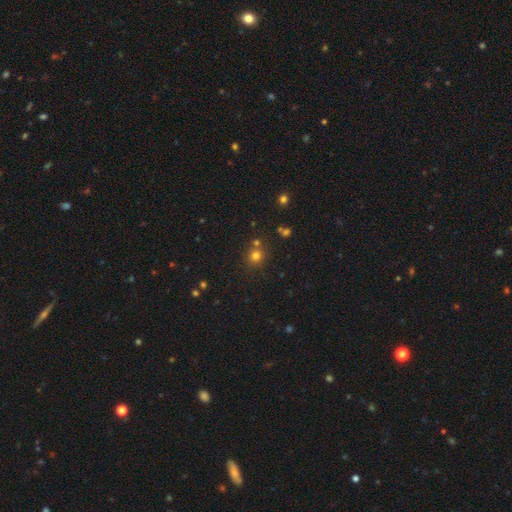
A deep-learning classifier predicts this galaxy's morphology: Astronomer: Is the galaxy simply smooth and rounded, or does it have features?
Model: smooth — 74%.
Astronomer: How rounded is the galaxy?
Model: round — 89%.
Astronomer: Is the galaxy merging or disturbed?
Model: none — 73%.